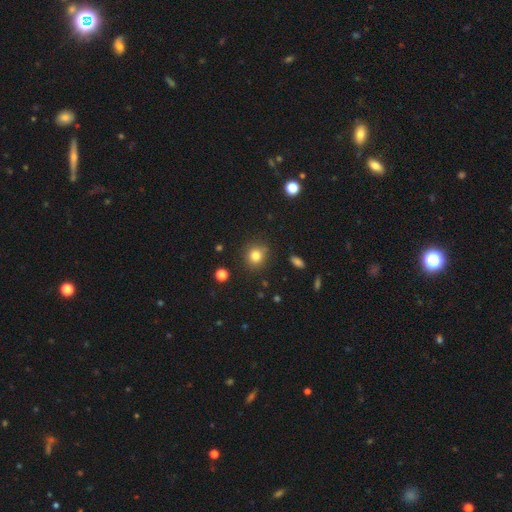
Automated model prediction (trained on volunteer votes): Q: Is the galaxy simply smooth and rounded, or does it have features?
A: smooth — 81%.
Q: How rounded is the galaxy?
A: round — 85%.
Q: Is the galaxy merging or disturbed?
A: none — 85%.